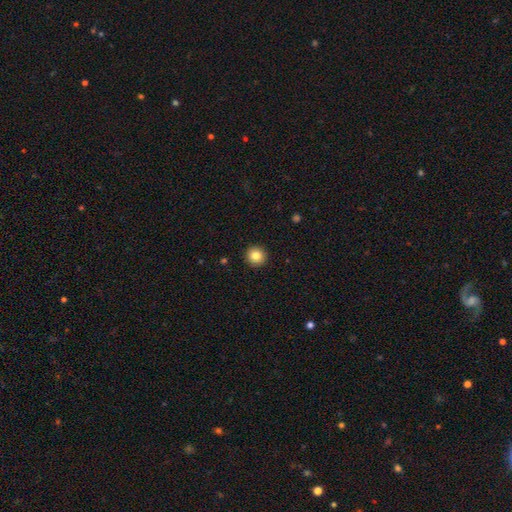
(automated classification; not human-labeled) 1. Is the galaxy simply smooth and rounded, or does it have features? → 83% smooth, 10% star or artifact, 7% featured or disk.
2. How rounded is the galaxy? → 94% round, 5% in between, 1% cigar-shaped.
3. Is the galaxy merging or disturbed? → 93% none, 4% minor disturbance, 1% major disturbance, 1% merger.